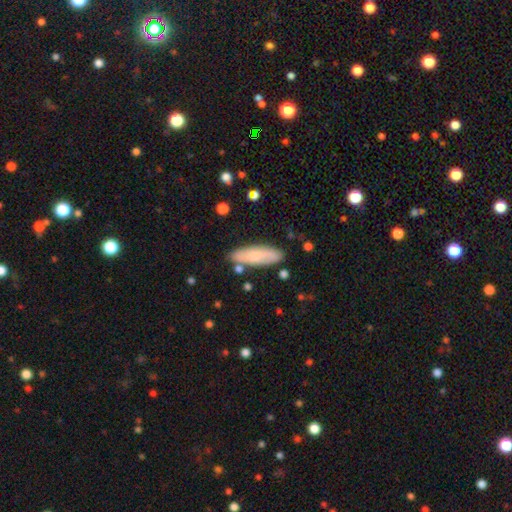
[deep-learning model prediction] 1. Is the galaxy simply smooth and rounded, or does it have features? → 69% smooth, 25% featured or disk, 6% star or artifact.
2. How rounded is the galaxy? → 49% in between (tied), 49% cigar-shaped (tied), 2% round.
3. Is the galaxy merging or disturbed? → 81% none, 13% minor disturbance, 4% merger, 2% major disturbance.